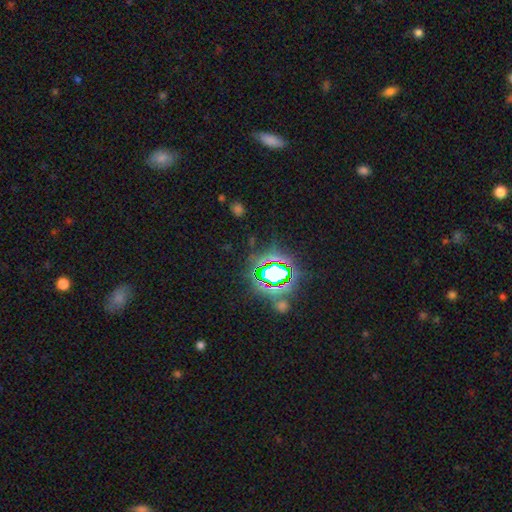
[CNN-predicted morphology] type=star or artifact (78%).